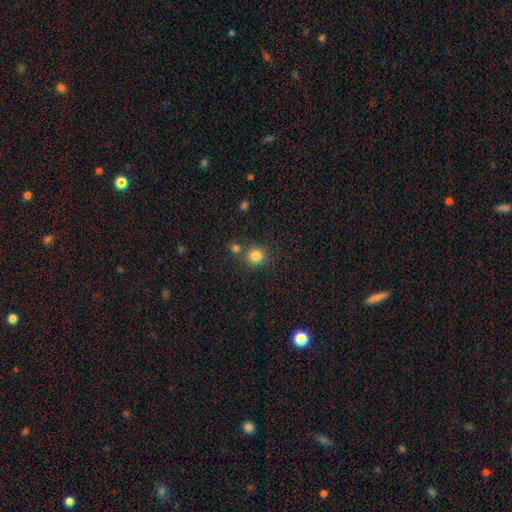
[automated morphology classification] This is clearly a smooth galaxy (82%). How rounded: clearly round (89%). Merging: likely none (73%).